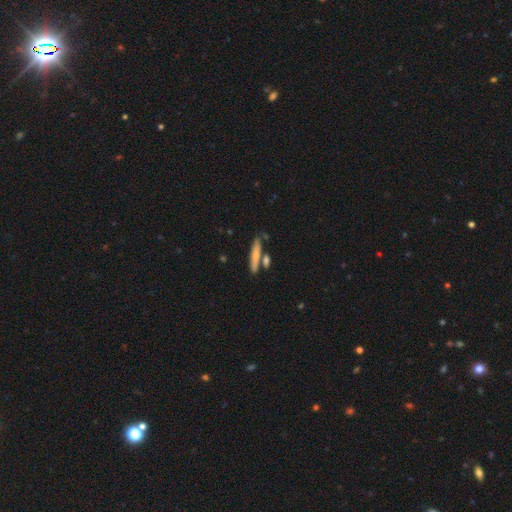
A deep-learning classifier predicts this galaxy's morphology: smooth 70%, featured or disk 24%, star or artifact 6%. Down the decision tree: how rounded — cigar-shaped (85%); merging — none (71%).